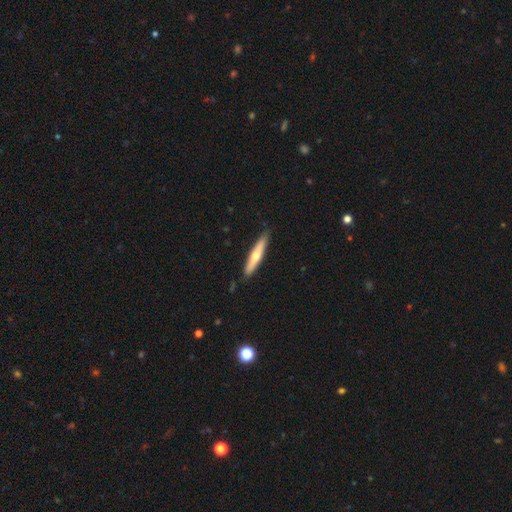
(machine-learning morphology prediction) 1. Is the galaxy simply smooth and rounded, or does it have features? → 53% smooth, 42% featured or disk, 5% star or artifact.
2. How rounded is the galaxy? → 89% cigar-shaped, 10% in between, 1% round.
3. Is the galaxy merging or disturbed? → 86% none, 11% minor disturbance, 2% major disturbance, 1% merger.